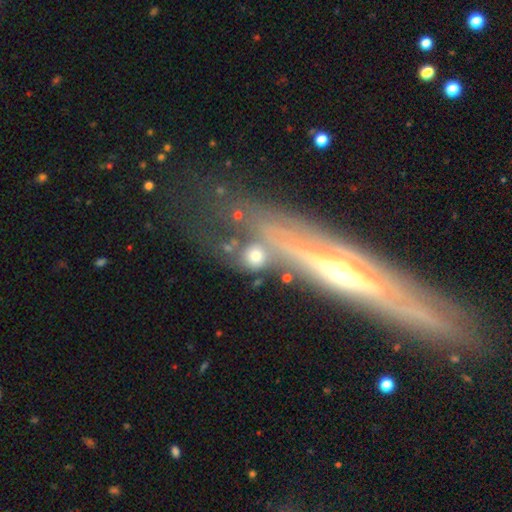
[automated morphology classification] The model was most divided on "merging": none: 52%, merger: 21%, minor disturbance: 15%, major disturbance: 13%. More confident: how rounded — round (72%); smooth or featured — smooth (58%).